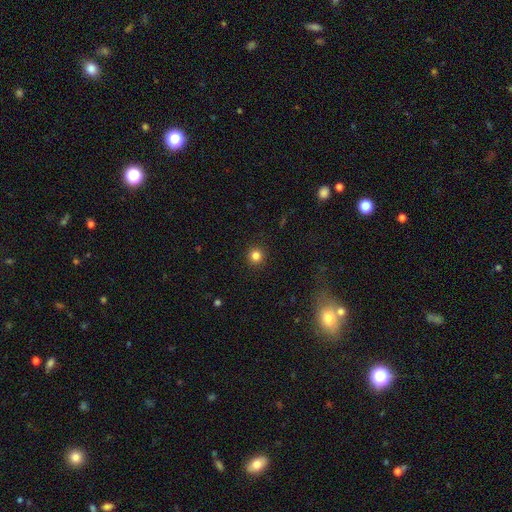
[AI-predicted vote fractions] smooth-or-featured: smooth: 83% | star or artifact: 13% | featured or disk: 5%
  how-rounded: round: 95% | in between: 4% | cigar-shaped: 1%
  merging: none: 92% | minor disturbance: 5% | major disturbance: 2% | merger: 1%